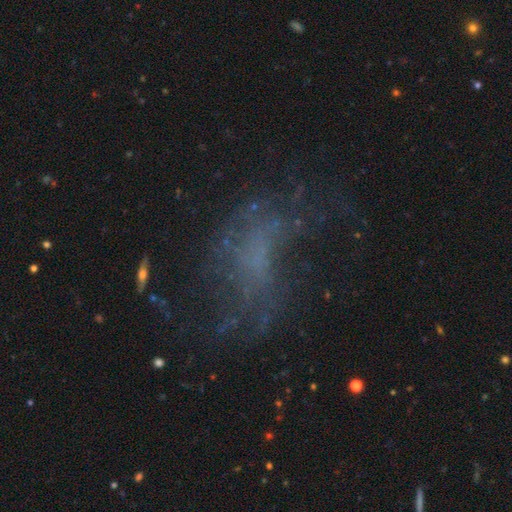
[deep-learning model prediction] Smooth or featured?
  - featured or disk: 53% *
  - star or artifact: 28%
  - smooth: 19%
Edge-on disk?
  - no: 95% *
  - yes: 5%
Bar?
  - no: 75% *
  - weak: 20%
  - strong: 5%
Spiral arms?
  - yes: 50% * (tied)
  - no: 50% * (tied)
Bulge size?
  - none: 67% *
  - small: 17%
  - moderate: 10%
  - large: 4%
  - dominant: 2%
Merging?
  - none: 47% *
  - major disturbance: 32%
  - minor disturbance: 17%
  - merger: 3%